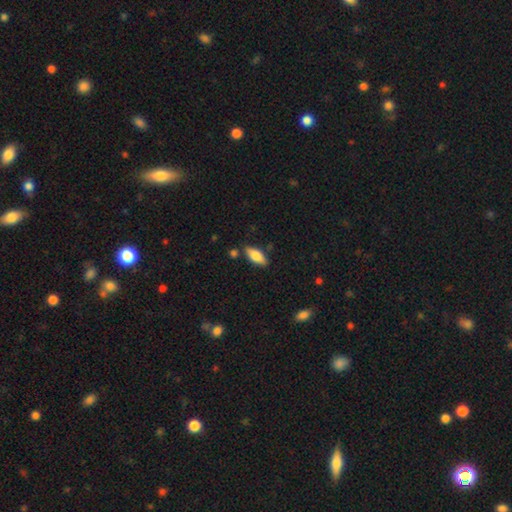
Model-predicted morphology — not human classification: smooth 75%, featured or disk 19%, star or artifact 6%. Down the decision tree: how rounded — in between (79%); merging — none (81%).